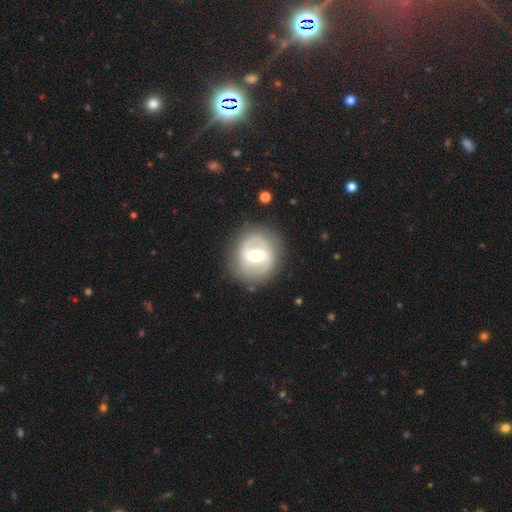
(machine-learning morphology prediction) The model was most divided on "bar": weak: 47%, strong: 34%, no: 19%. More confident: edge-on disk — no (97%); spiral arms — yes (88%); spiral arm count — 2 (88%); merging — none (83%); smooth or featured — featured or disk (81%); bulge size — moderate (70%); spiral winding — medium (50%).